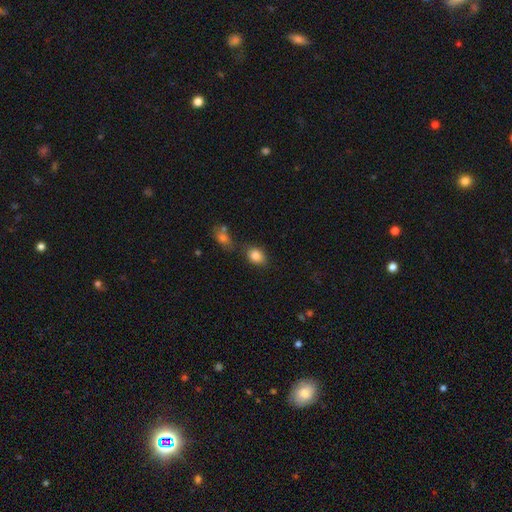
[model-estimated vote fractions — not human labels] Overall: smooth (84%). How rounded: in between (63%; round 36%). Merging: none (68%).